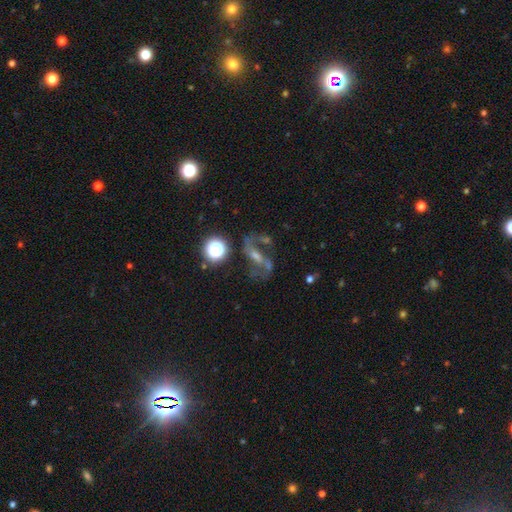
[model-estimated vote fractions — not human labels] Q: Smooth or featured?
A: featured or disk (70%); runner-up: star or artifact (18%)
Q: Edge-on disk?
A: no (93%); runner-up: yes (7%)
Q: Bar?
A: weak (38%); runner-up: strong (37%)
Q: Spiral arms?
A: yes (86%); runner-up: no (14%)
Q: Spiral winding?
A: loose (61%); runner-up: medium (32%)
Q: Spiral arm count?
A: 2 (87%); runner-up: can't tell (5%)
Q: Bulge size?
A: small (40%); runner-up: moderate (39%)
Q: Merging?
A: none (52%); runner-up: major disturbance (20%)